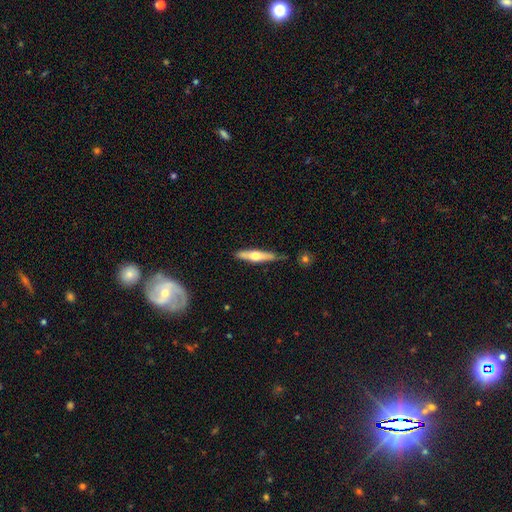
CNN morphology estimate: smooth-or-featured: featured or disk: 52% | smooth: 42% | star or artifact: 5%
  disk-edge-on: yes: 93% | no: 7%
  merging: none: 80% | minor disturbance: 15% | major disturbance: 3% | merger: 3%